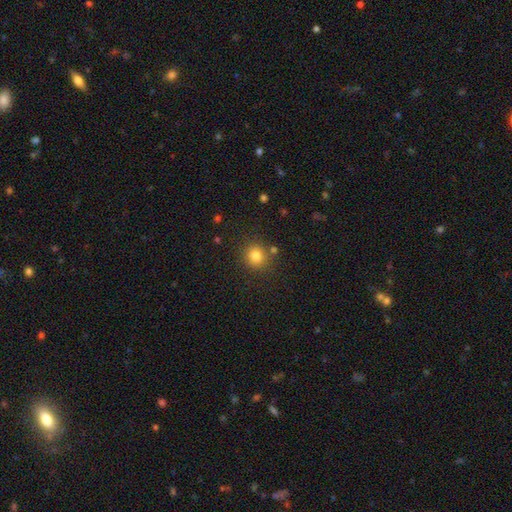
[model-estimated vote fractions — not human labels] Q: Smooth or featured?
A: smooth (81%); runner-up: star or artifact (13%)
Q: How rounded?
A: round (89%); runner-up: in between (10%)
Q: Merging?
A: none (83%); runner-up: minor disturbance (9%)